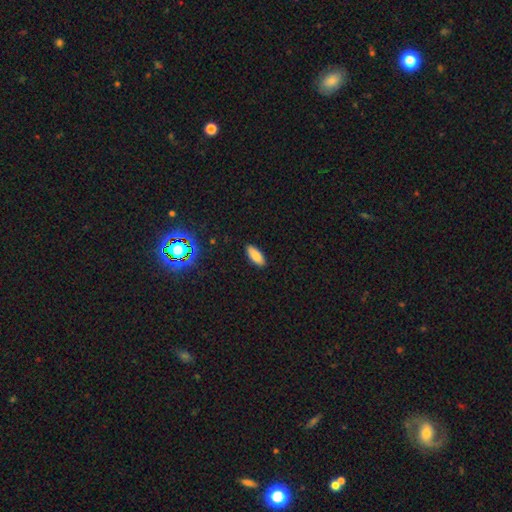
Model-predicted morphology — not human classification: This is clearly a smooth galaxy (84%). How rounded: clearly in between (81%). Merging: clearly none (88%).